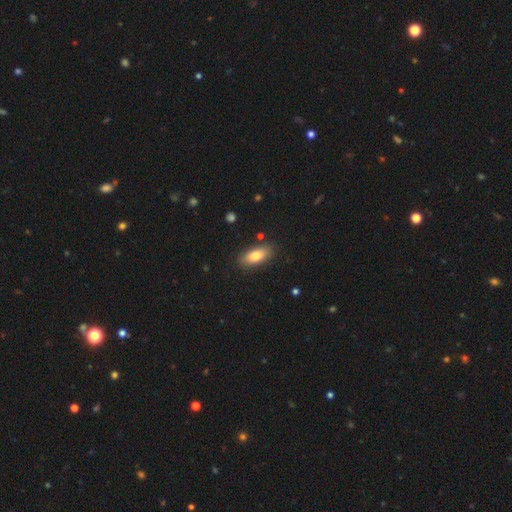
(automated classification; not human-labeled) smooth-or-featured: smooth: 78% | featured or disk: 15% | star or artifact: 7%
  how-rounded: in between: 83% | cigar-shaped: 14% | round: 3%
  merging: none: 85% | minor disturbance: 11% | major disturbance: 2% | merger: 2%